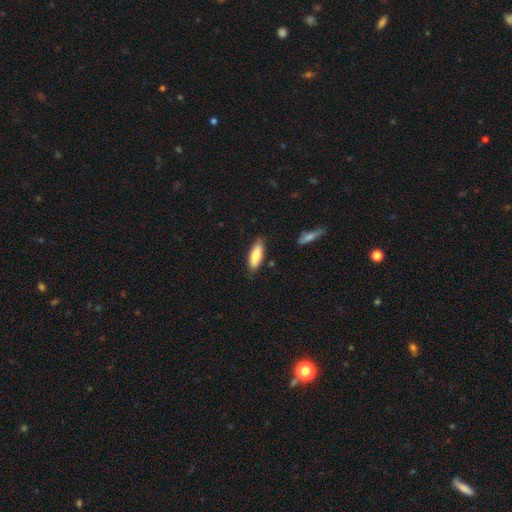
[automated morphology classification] Smooth or featured: smooth — 76% (featured or disk — 18%)
How rounded: in between — 65% (cigar-shaped — 33%)
Merging: none — 82% (minor disturbance — 13%)